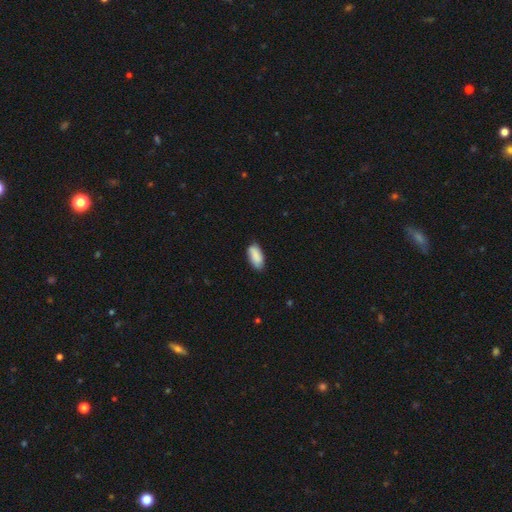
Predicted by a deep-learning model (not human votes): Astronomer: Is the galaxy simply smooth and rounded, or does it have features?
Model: smooth — 85%.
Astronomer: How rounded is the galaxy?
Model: in between — 90%.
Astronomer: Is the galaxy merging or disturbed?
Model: none — 76%.